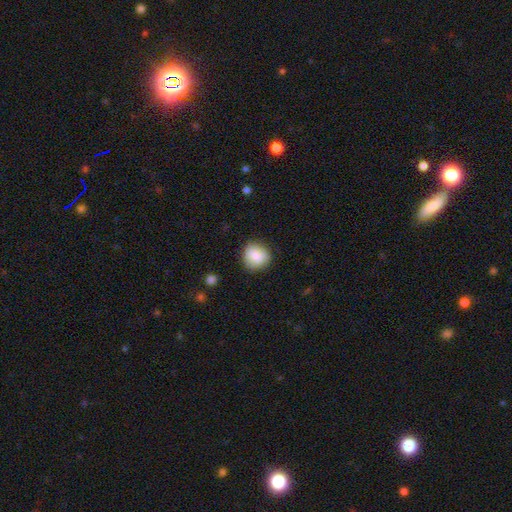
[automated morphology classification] This is clearly a smooth galaxy (86%). How rounded: clearly round (80%). Merging: clearly none (81%).